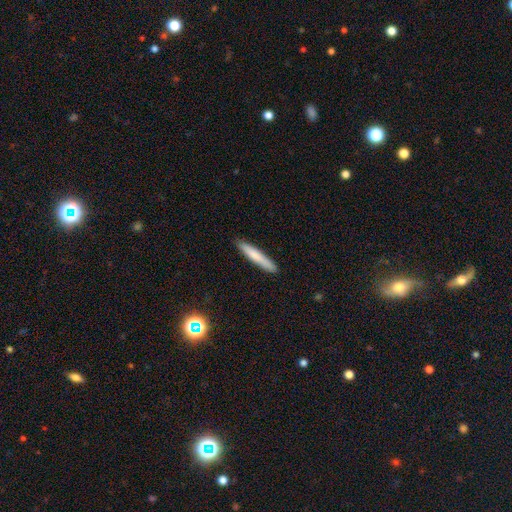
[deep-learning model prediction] A smooth galaxy with no disk features (73%) that is cigar-shaped (94%).

Vote fractions:
- Smooth or featured? smooth: 73% / featured or disk: 21% / star or artifact: 6%
- How rounded? cigar-shaped: 94% / in between: 5% / round: 1%
- Merging? none: 89% / minor disturbance: 8% / major disturbance: 2% / merger: 1%